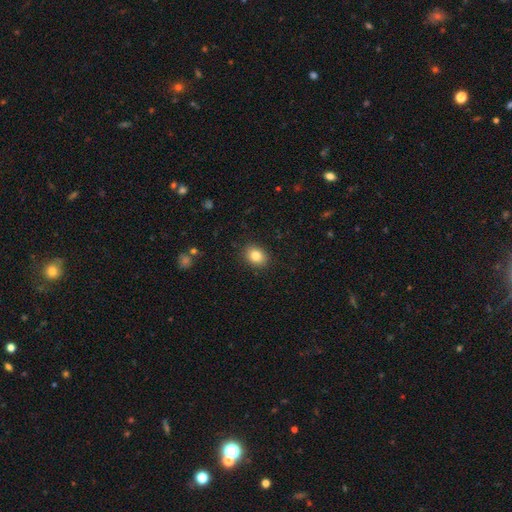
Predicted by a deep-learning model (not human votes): This appears to be a smooth galaxy with no disk features (83%) that is in between round and cigar-shaped (54%). Merging: none (89%).